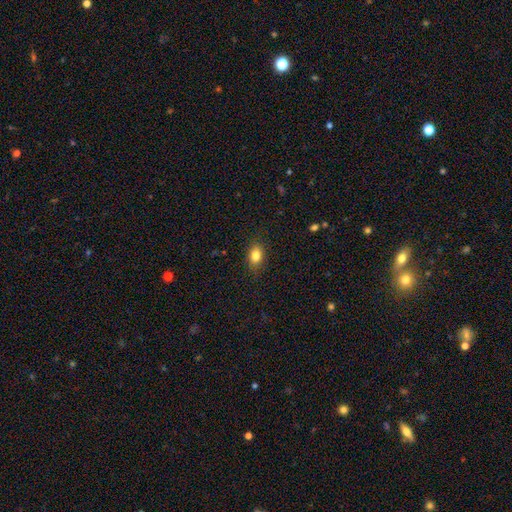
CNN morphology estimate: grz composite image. It shows a smooth galaxy with no disk features (84%) that is in between round and cigar-shaped (82%). Merging: none (86%).